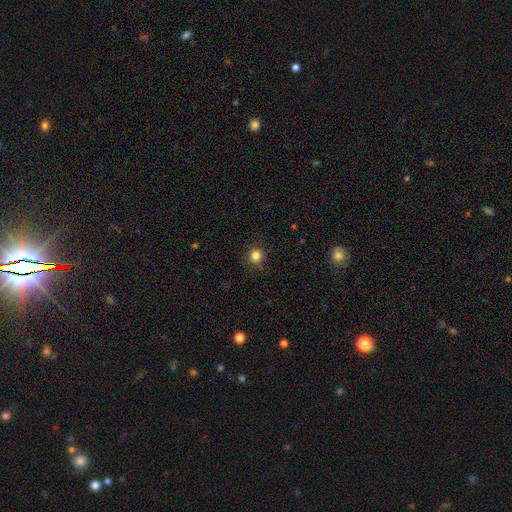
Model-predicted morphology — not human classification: This appears to be a smooth galaxy with no disk features (83%) that is round (92%). Merging: none (89%).